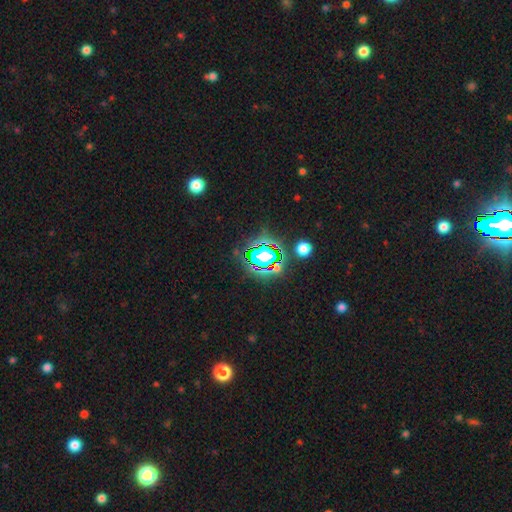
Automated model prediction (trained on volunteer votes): This is clearly a star or artifact rather than a galaxy (81%).